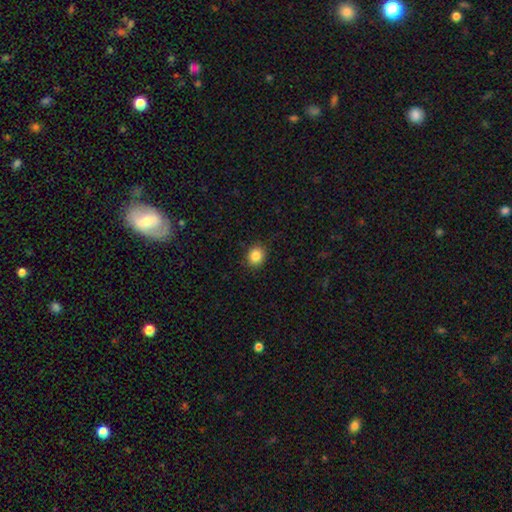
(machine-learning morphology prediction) This appears to be a smooth galaxy with no disk features (85%) that is round (75%). Merging: none (88%).